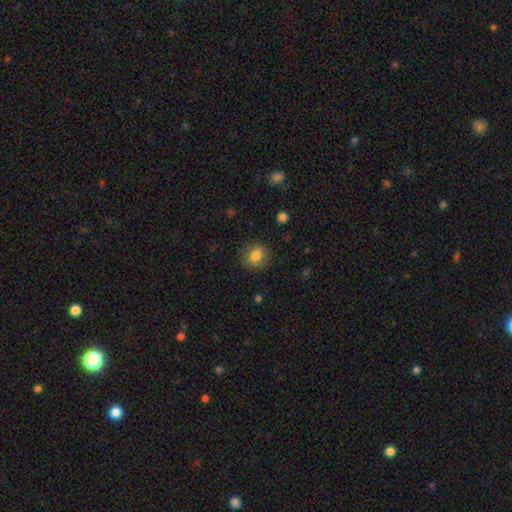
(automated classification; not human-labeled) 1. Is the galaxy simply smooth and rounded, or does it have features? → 81% smooth, 10% star or artifact, 9% featured or disk.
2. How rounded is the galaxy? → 73% round, 25% in between, 1% cigar-shaped.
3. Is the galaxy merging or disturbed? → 84% none, 11% minor disturbance, 3% major disturbance, 1% merger.